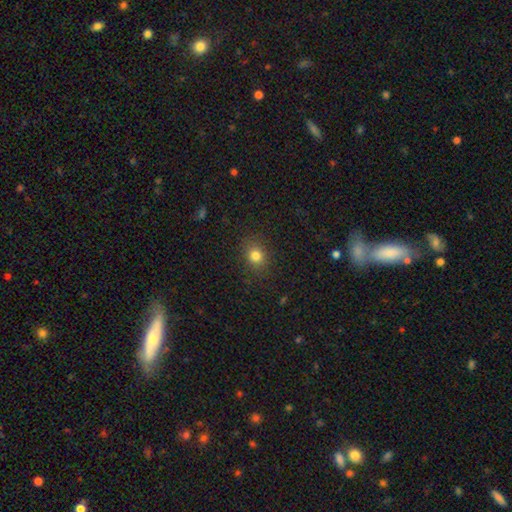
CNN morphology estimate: This is clearly a smooth galaxy (80%). How rounded: likely round (69%). Merging: clearly none (88%).